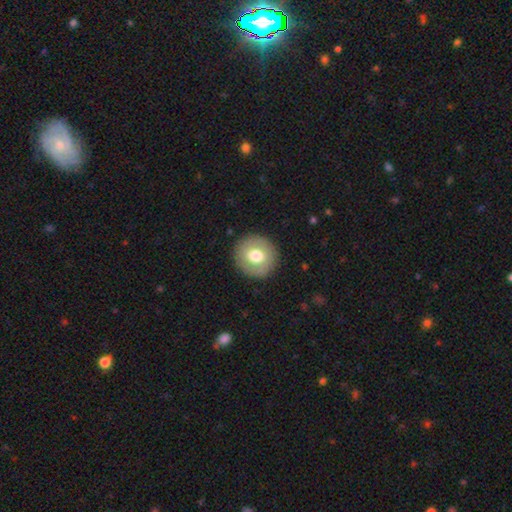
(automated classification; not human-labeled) Smooth or featured? smooth (70%)
How rounded? round (91%)
Merging? none (90%)